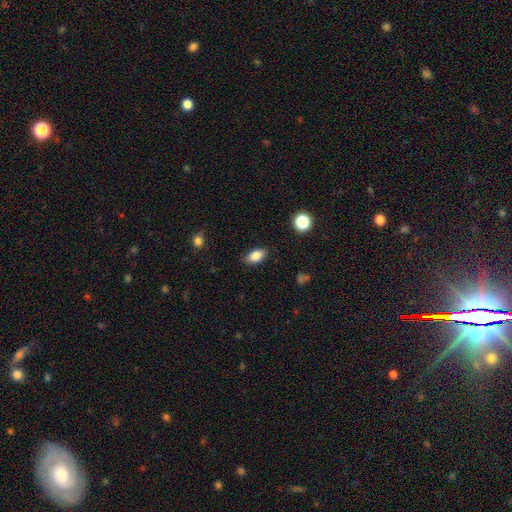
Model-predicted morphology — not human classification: type=smooth (84%); roundness=in between (90%); merging=none (84%).